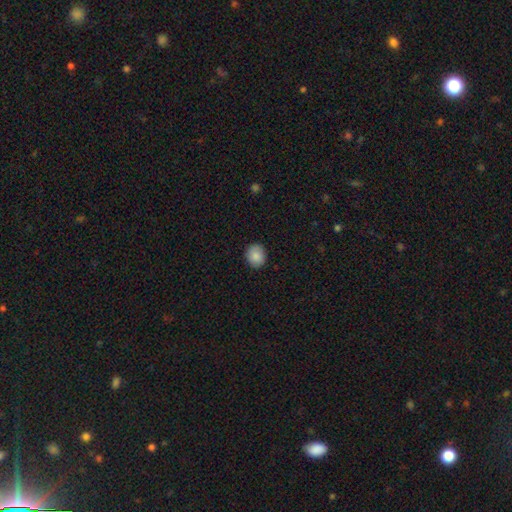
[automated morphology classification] Smooth or featured?
  - smooth: 86% *
  - star or artifact: 8%
  - featured or disk: 6%
How rounded?
  - round: 71% *
  - in between: 28%
  - cigar-shaped: 1%
Merging?
  - none: 87% *
  - minor disturbance: 10%
  - major disturbance: 2%
  - merger: 1%